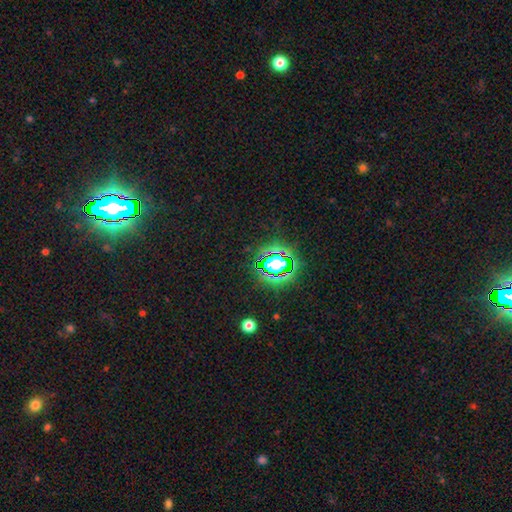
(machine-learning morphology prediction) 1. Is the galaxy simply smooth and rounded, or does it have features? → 81% star or artifact, 12% smooth, 7% featured or disk.